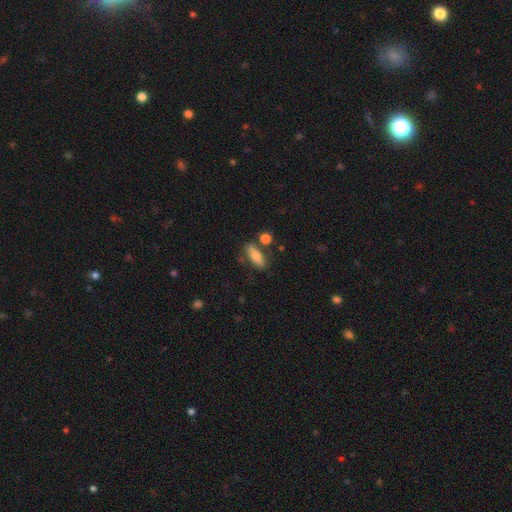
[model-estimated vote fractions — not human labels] A smooth galaxy with no disk features (74%) that is in between round and cigar-shaped (68%). Merging: none (69%).